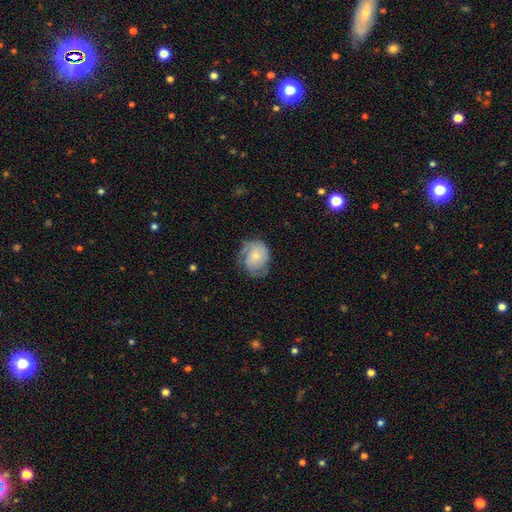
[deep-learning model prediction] smooth_or_featured: featured or disk (p=0.57) [alt: smooth p=0.37]
disk_edge_on: no (p=0.97) [alt: yes p=0.03]
bar: no (p=0.78) [alt: weak p=0.18]
has_spiral_arms: yes (p=0.85) [alt: no p=0.15]
bulge_size: small (p=0.63) [alt: moderate p=0.30]
merging: none (p=0.60) [alt: minor disturbance p=0.26]